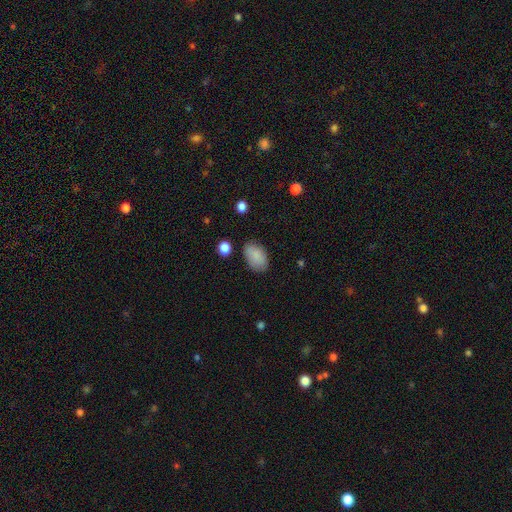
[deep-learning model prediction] Morphology: type=smooth (87%); roundness=in between (92%); merging=none (78%).